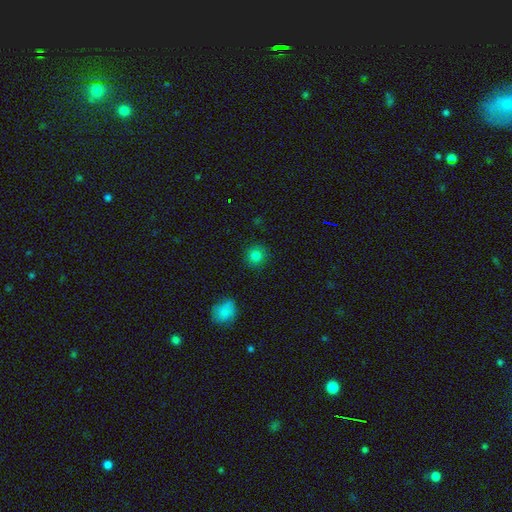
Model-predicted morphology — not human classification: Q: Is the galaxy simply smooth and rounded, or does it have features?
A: smooth — 81%.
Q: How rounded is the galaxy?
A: round — 92%.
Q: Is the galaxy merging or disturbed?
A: none — 89%.